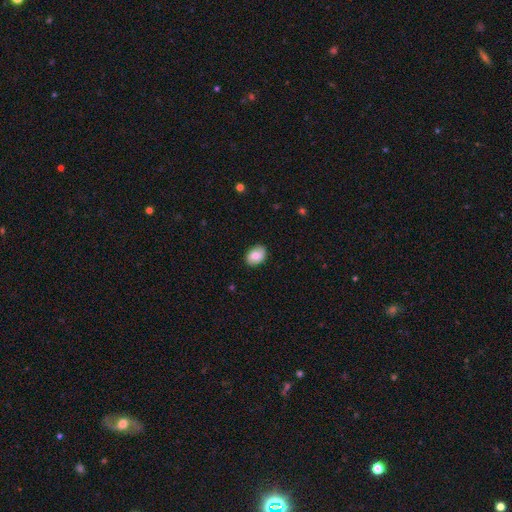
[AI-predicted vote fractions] A smooth galaxy with no disk features (77%) that is in between round and cigar-shaped (76%).

Vote fractions:
- Smooth or featured? smooth: 77% / featured or disk: 15% / star or artifact: 7%
- How rounded? in between: 76% / round: 23% / cigar-shaped: 1%
- Merging? none: 83% / minor disturbance: 13% / major disturbance: 3% / merger: 1%